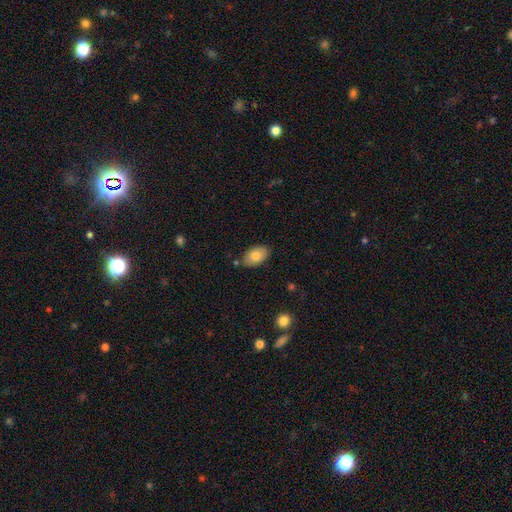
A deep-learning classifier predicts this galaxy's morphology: Smooth or featured? Predicted: smooth (p=0.79). How rounded? Predicted: in between (p=0.93). Merging? Predicted: none (p=0.81).